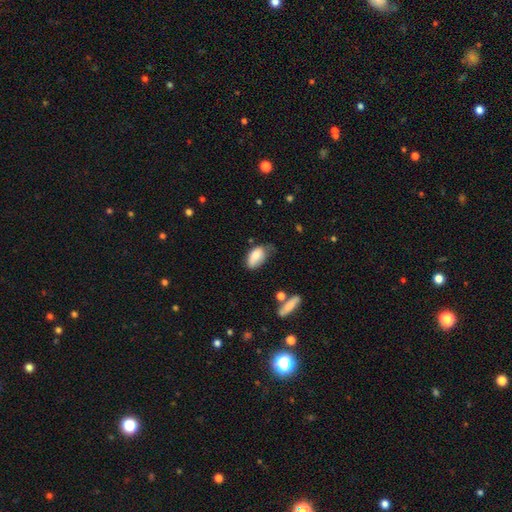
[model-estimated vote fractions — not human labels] Smooth or featured? Predicted: smooth (p=0.80). How rounded? Predicted: in between (p=0.92). Merging? Predicted: minor disturbance (p=0.42).